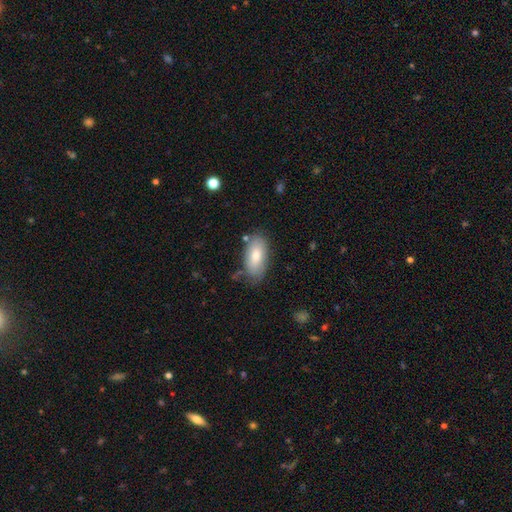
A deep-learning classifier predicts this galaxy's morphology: smooth_or_featured: smooth (p=0.77) [alt: featured or disk p=0.17]
how_rounded: in between (p=0.91) [alt: cigar-shaped p=0.06]
merging: none (p=0.72) [alt: minor disturbance p=0.19]